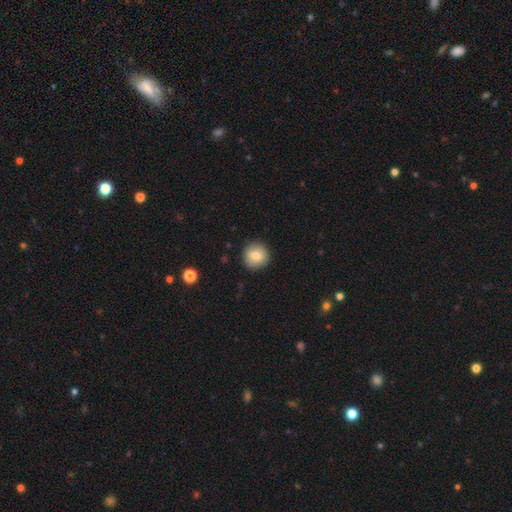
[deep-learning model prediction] This is likely a smooth galaxy (79%). How rounded: clearly round (91%). Merging: clearly none (88%).